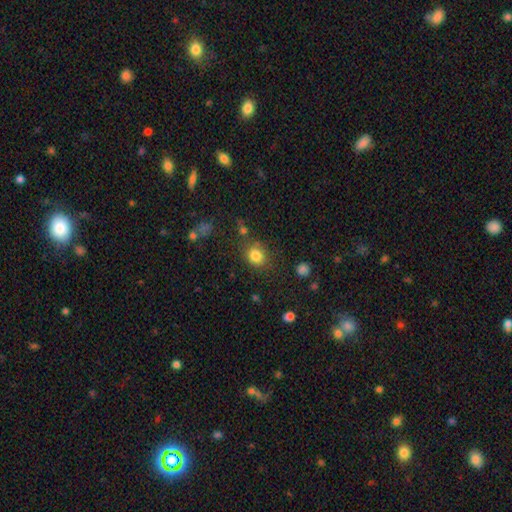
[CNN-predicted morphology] smooth_or_featured: smooth (p=0.82) [alt: star or artifact p=0.12]
how_rounded: round (p=0.74) [alt: in between p=0.25]
merging: none (p=0.77) [alt: minor disturbance p=0.13]